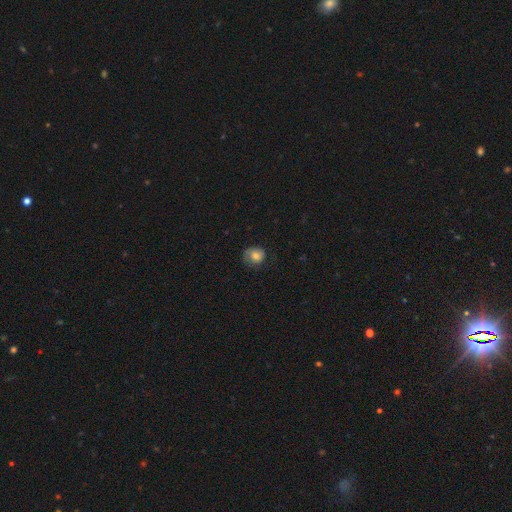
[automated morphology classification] type=smooth (69%); roundness=round (69%); merging=none (61%).